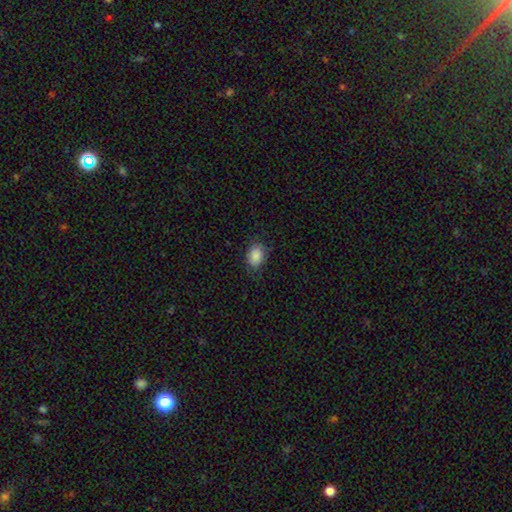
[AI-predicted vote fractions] Overall: smooth (87%). How rounded: in between (78%). Merging: none (78%).